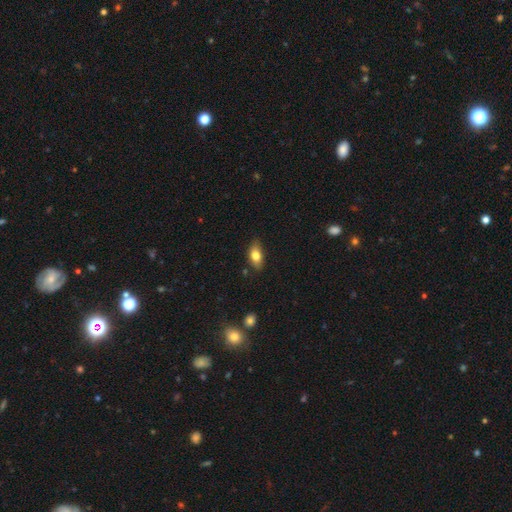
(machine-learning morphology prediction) A smooth galaxy with no disk features (74%) that is in between round and cigar-shaped (84%).

Vote fractions:
- Smooth or featured? smooth: 74% / featured or disk: 19% / star or artifact: 8%
- How rounded? in between: 84% / cigar-shaped: 10% / round: 6%
- Merging? none: 78% / minor disturbance: 18% / major disturbance: 3% / merger: 2%